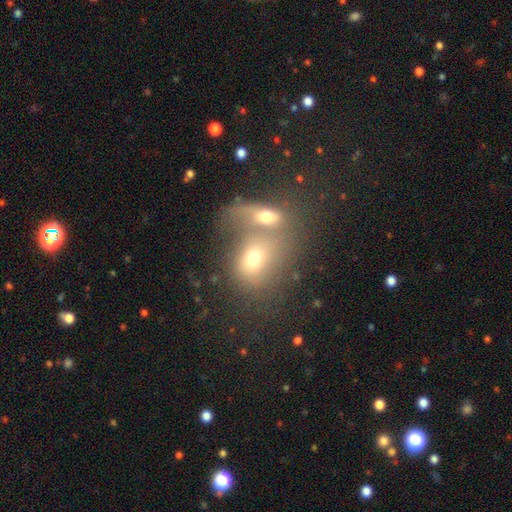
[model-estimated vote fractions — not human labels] smooth 59%, featured or disk 27%, star or artifact 14%. Down the decision tree: how rounded — in between (51%); merging — merger (69%).